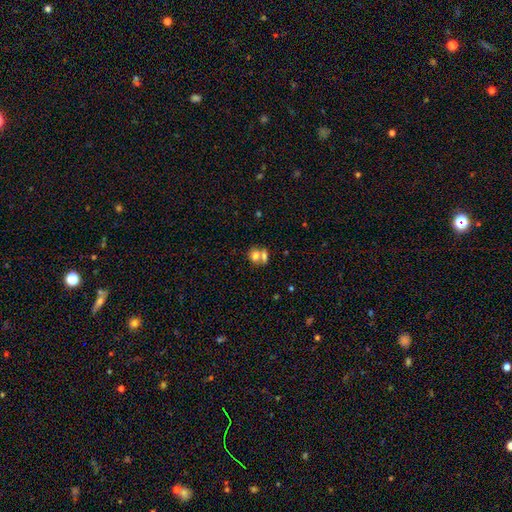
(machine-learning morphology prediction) Q: Smooth or featured?
A: smooth (71%); runner-up: featured or disk (17%)
Q: How rounded?
A: round (49%); runner-up: in between (48%)
Q: Merging?
A: merger (54%); runner-up: none (34%)